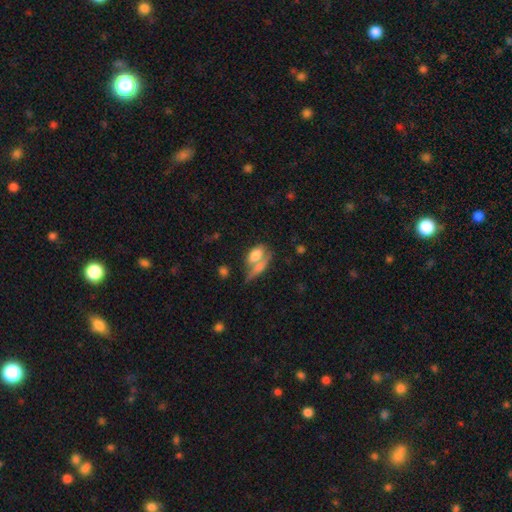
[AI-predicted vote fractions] A smooth galaxy with no disk features (73%) that is in between round and cigar-shaped (80%).

Vote fractions:
- Smooth or featured? smooth: 73% / featured or disk: 19% / star or artifact: 8%
- How rounded? in between: 80% / cigar-shaped: 12% / round: 8%
- Merging? merger: 48% / none: 34% / minor disturbance: 11% / major disturbance: 6%